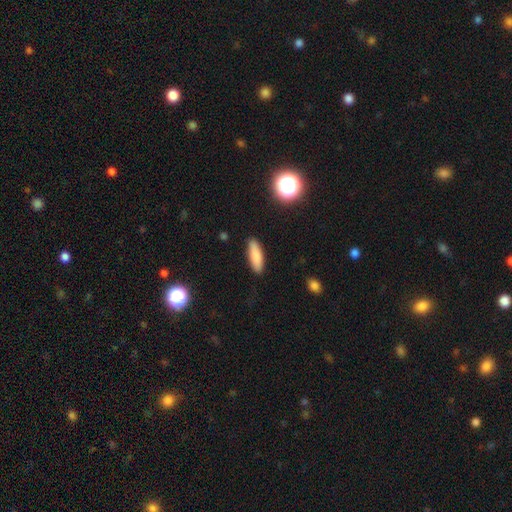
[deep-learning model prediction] smooth_or_featured: smooth (p=0.84) [alt: featured or disk p=0.08]
how_rounded: cigar-shaped (p=0.52) [alt: in between p=0.46]
merging: none (p=0.89) [alt: minor disturbance p=0.08]